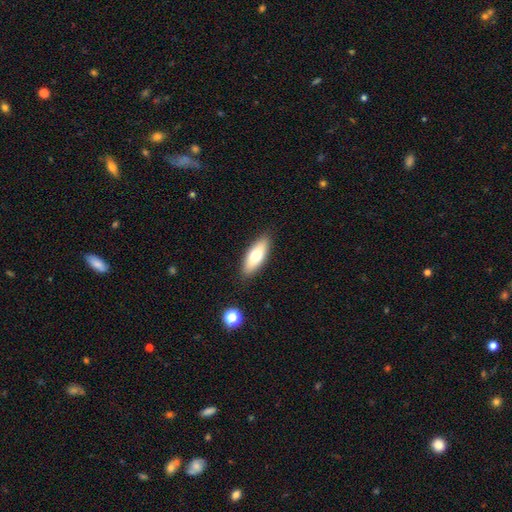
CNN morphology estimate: type=smooth (71%); roundness=in between (70%); merging=none (88%).